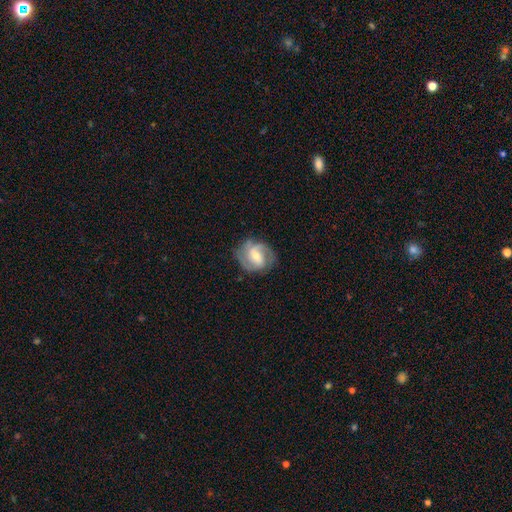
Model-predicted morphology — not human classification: smooth_or_featured: featured or disk (p=0.78) [alt: smooth p=0.17]
disk_edge_on: no (p=0.98) [alt: yes p=0.02]
bar: weak (p=0.49) [alt: no p=0.29]
has_spiral_arms: yes (p=0.93) [alt: no p=0.07]
spiral_winding: medium (p=0.49) [alt: tight p=0.33]
spiral_arm_count: 2 (p=0.68) [alt: 3 p=0.14]
bulge_size: moderate (p=0.52) [alt: small p=0.42]
merging: none (p=0.74) [alt: minor disturbance p=0.18]